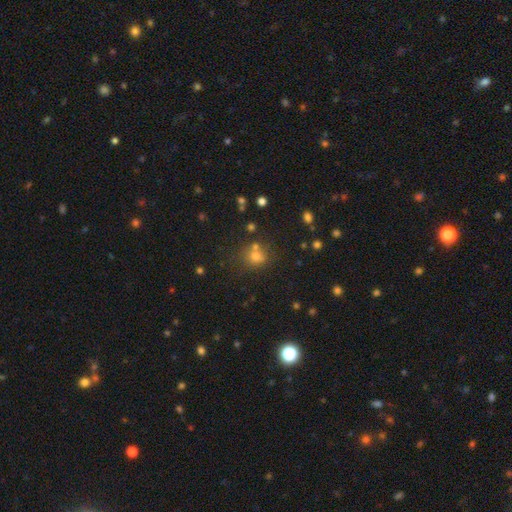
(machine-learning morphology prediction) Overall: smooth (67%). How rounded: round (80%). Merging: none (64%).